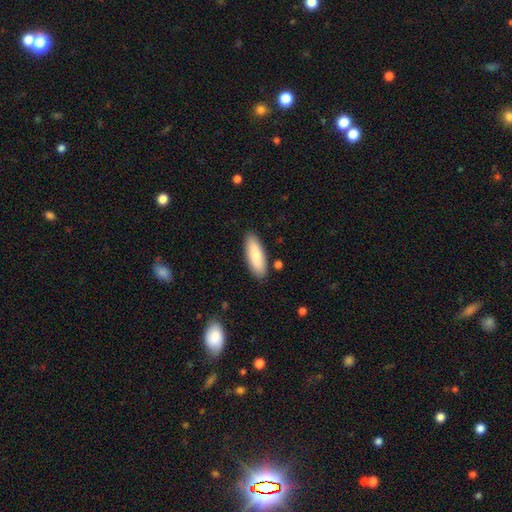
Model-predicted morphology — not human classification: Overall: smooth (84%). How rounded: in between (60%; cigar-shaped 38%). Merging: none (87%).